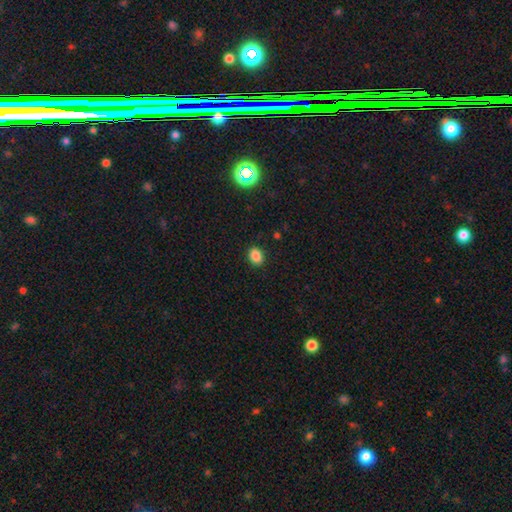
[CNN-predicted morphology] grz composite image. It shows a smooth galaxy with no disk features (85%) that is in between round and cigar-shaped (65%). Merging: none (89%).